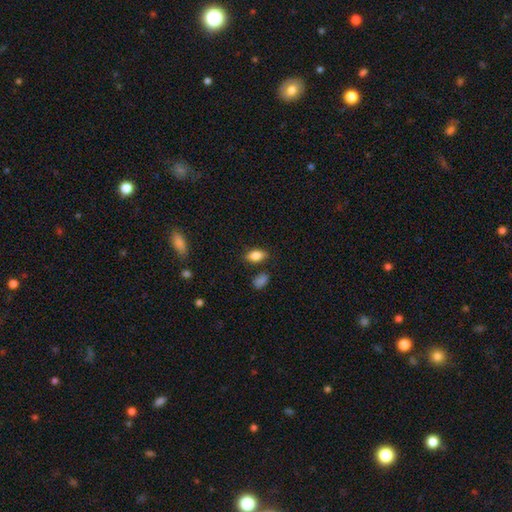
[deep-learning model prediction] The model was most divided on "merging": none: 80%, minor disturbance: 13%, merger: 4%, major disturbance: 3%. More confident: how rounded — in between (89%); smooth or featured — smooth (85%).